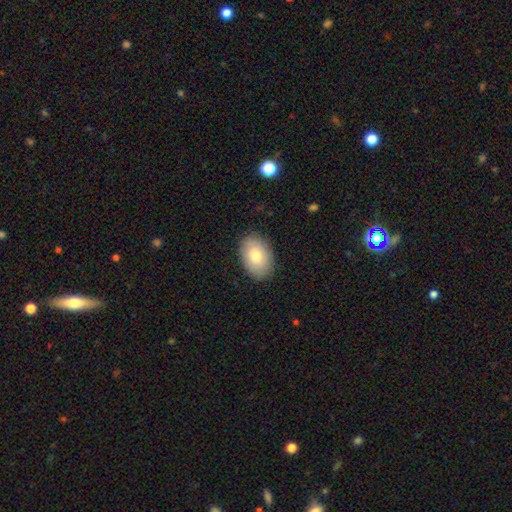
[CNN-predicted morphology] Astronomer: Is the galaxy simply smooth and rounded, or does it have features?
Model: smooth — 80%.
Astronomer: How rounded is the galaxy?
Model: in between — 88%.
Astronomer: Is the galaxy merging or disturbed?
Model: none — 88%.